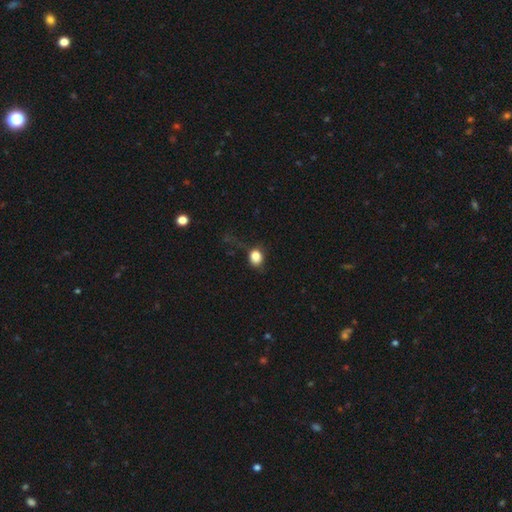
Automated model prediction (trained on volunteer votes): This is clearly a smooth galaxy (84%). How rounded: likely round (60%). Merging: likely none (61%).